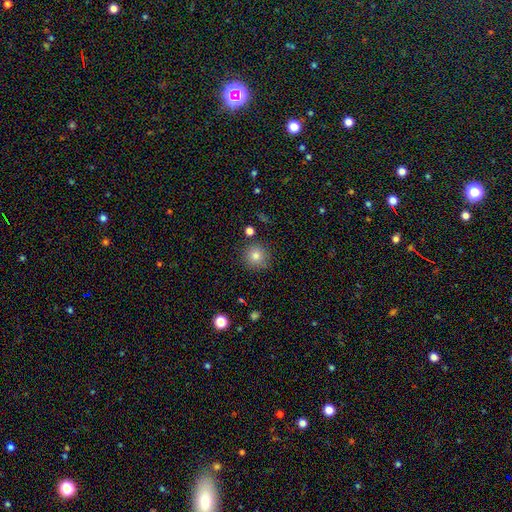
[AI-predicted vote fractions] Morphology: type=smooth (81%); roundness=round (93%); merging=none (86%).